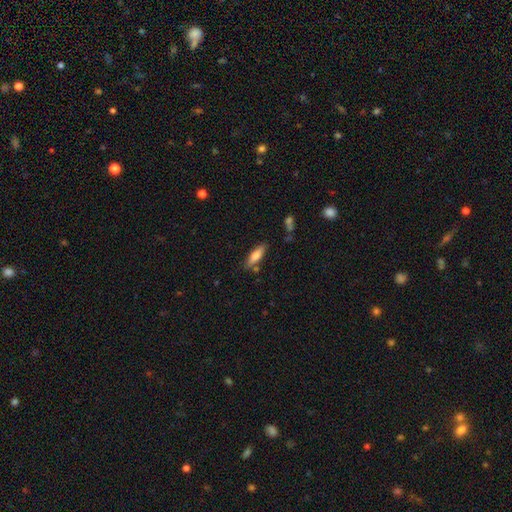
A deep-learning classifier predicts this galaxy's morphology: smooth_or_featured: smooth (p=0.76) [alt: featured or disk p=0.18]
how_rounded: in between (p=0.51) [alt: cigar-shaped p=0.47]
merging: none (p=0.78) [alt: minor disturbance p=0.14]